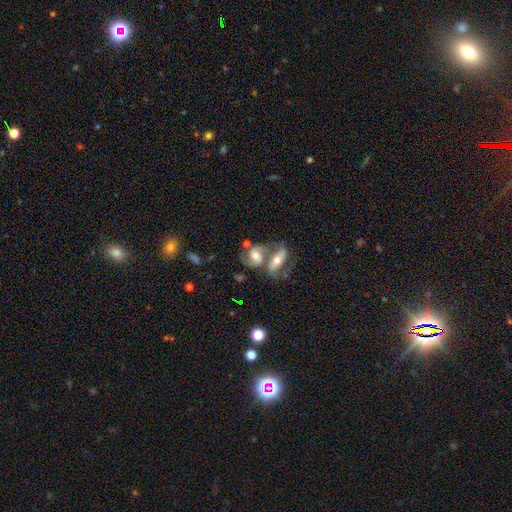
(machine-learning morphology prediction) Smooth or featured: featured or disk — 70% (smooth — 23%)
Edge-on disk: no — 93% (yes — 7%)
Bar: no — 43% (weak — 34%)
Spiral arms: yes — 87% (no — 13%)
Spiral winding: medium — 51% (loose — 26%)
Spiral arm count: 2 — 83% (can't tell — 8%)
Bulge size: moderate — 62% (small — 19%)
Merging: merger — 63% (none — 23%)